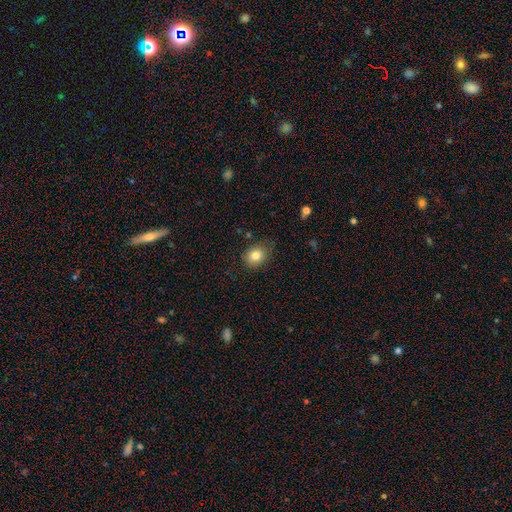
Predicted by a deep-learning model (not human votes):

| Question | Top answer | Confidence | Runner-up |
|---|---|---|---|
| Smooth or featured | smooth | 81% | star or artifact (10%) |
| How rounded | round | 59% | in between (40%) |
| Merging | none | 78% | minor disturbance (17%) |